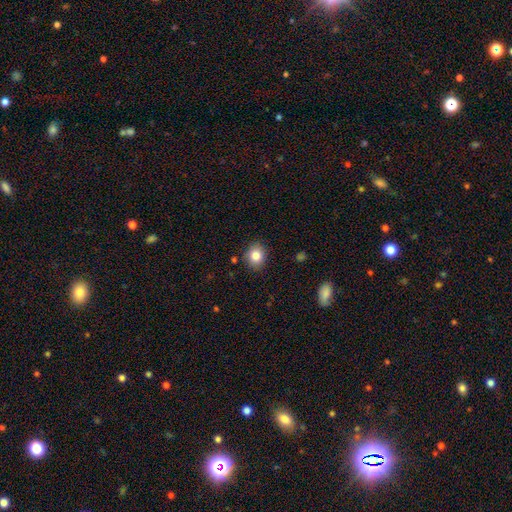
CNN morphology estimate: Smooth or featured? Predicted: smooth (p=0.83). How rounded? Predicted: round (p=0.65). Merging? Predicted: none (p=0.86).